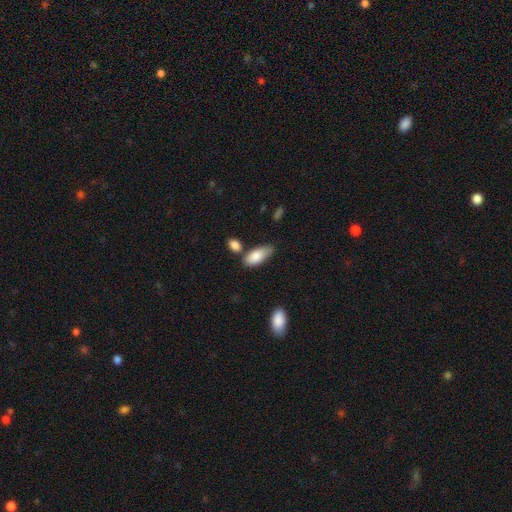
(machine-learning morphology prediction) Smooth or featured? Predicted: smooth (p=0.84). How rounded? Predicted: in between (p=0.87). Merging? Predicted: none (p=0.51).